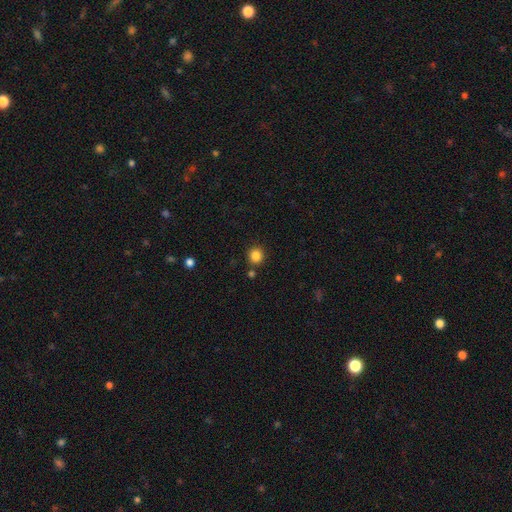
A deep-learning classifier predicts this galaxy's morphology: The model was most divided on "smooth or featured": smooth: 85%, star or artifact: 11%, featured or disk: 4%. More confident: how rounded — round (91%); merging — none (85%).